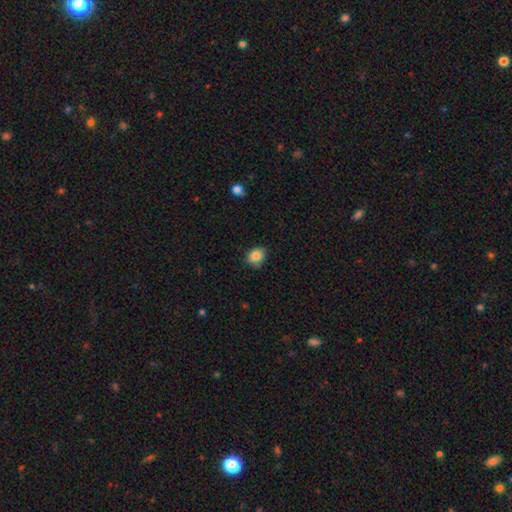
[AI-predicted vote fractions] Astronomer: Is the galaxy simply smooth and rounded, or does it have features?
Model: smooth — 86%.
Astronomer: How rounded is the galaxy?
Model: round — 57% (runner-up: in between, 43%).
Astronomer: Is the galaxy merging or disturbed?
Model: none — 75%.